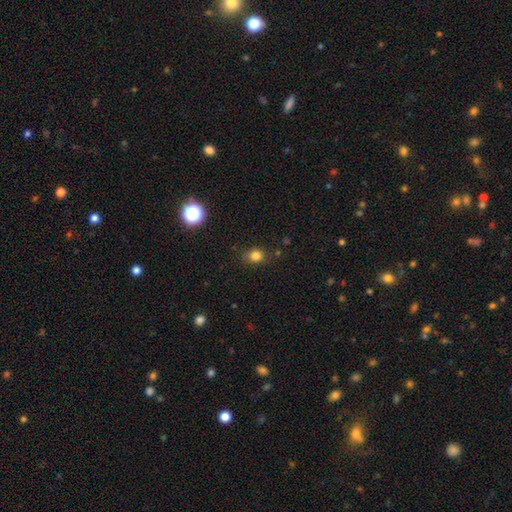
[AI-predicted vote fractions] Smooth or featured? Predicted: smooth (p=0.81). How rounded? Predicted: round (p=0.65). Merging? Predicted: none (p=0.79).